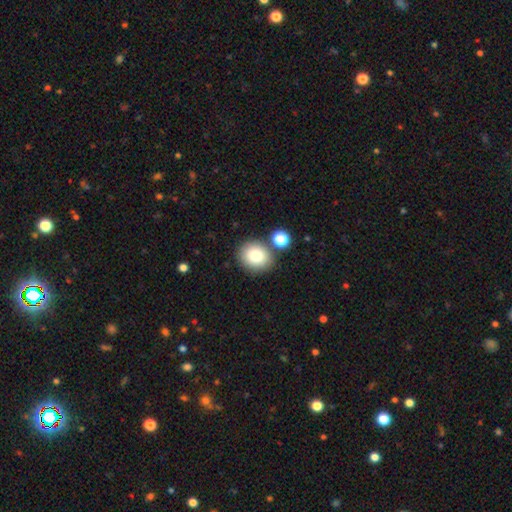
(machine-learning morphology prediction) The model was most divided on "how rounded": round: 72%, in between: 27%, cigar-shaped: 1%. More confident: smooth or featured — smooth (82%); merging — none (77%).